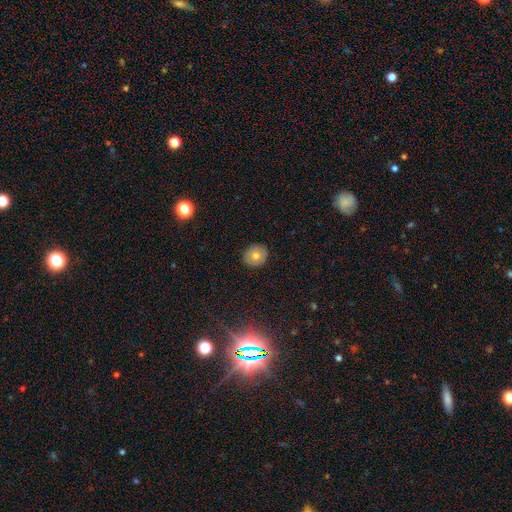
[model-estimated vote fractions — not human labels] Smooth or featured? Predicted: smooth (p=0.75). How rounded? Predicted: round (p=0.81). Merging? Predicted: none (p=0.90).